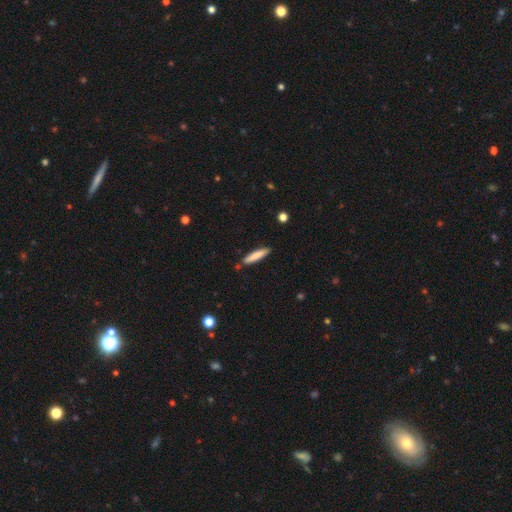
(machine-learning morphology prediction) Overall: smooth (79%). How rounded: cigar-shaped (87%). Merging: none (86%).